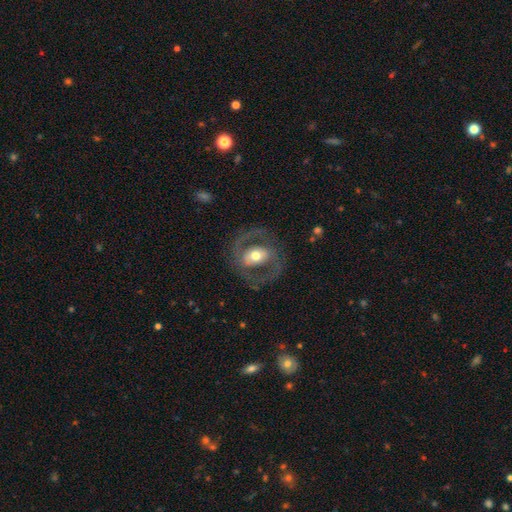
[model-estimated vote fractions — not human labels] featured or disk 76%, smooth 19%, star or artifact 5%. Down the decision tree: edge-on disk — no (96%); bar — no (36%); spiral arms — yes (72%); spiral arm count — 2 (87%); spiral winding — medium (54%); bulge size — moderate (68%); merging — none (75%).